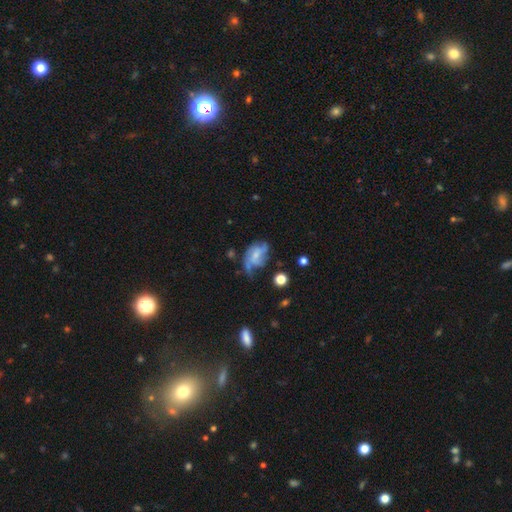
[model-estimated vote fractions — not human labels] Smooth or featured? Predicted: featured or disk (p=0.67). Edge-on disk? Predicted: no (p=0.97). Bar? Predicted: no (p=0.52). Spiral arms? Predicted: yes (p=0.83). Spiral winding? Predicted: medium (p=0.42). Spiral arm count? Predicted: 2 (p=0.30). Bulge size? Predicted: small (p=0.46). Merging? Predicted: none (p=0.40).